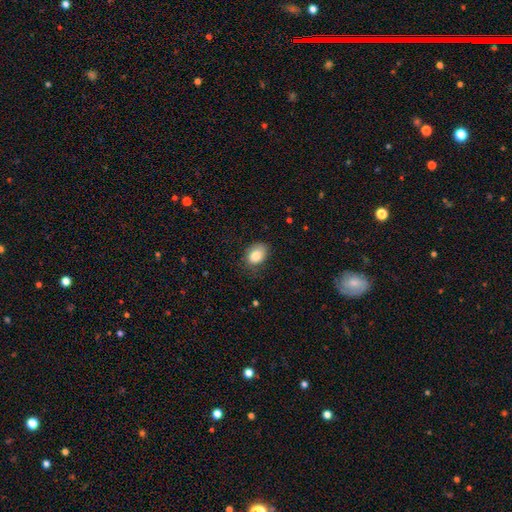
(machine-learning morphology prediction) A smooth galaxy with no disk features (83%) that is in between round and cigar-shaped (70%). Merging: none (71%).